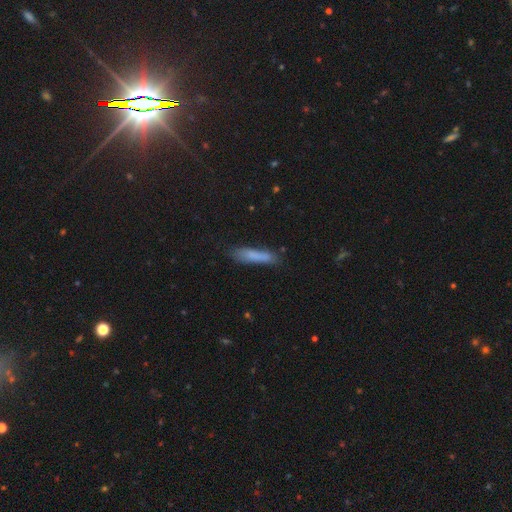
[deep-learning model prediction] Overall: smooth (79%). How rounded: cigar-shaped (84%). Merging: none (75%).